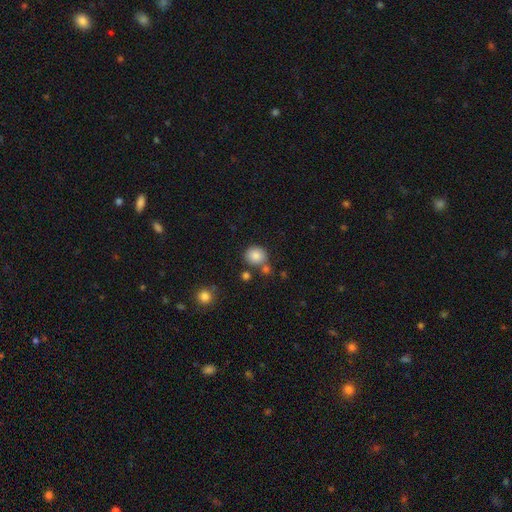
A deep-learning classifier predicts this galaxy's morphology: This is clearly a smooth galaxy (83%). How rounded: clearly round (85%). Merging: likely none (72%).